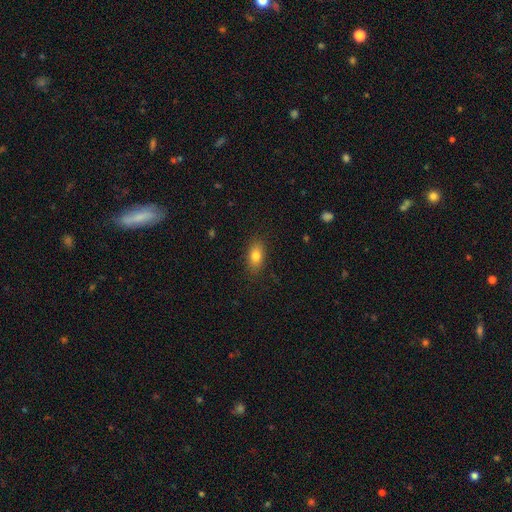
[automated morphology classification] smooth-or-featured: smooth: 81% | featured or disk: 10% | star or artifact: 9%
  how-rounded: in between: 85% | round: 9% | cigar-shaped: 6%
  merging: none: 86% | minor disturbance: 10% | major disturbance: 3% | merger: 1%